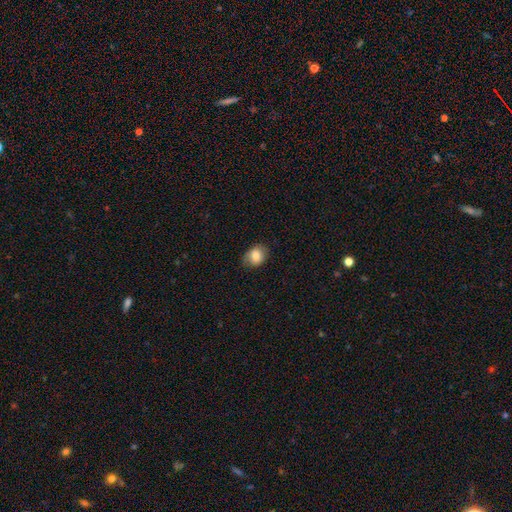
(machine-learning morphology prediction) Smooth or featured? smooth (81%)
How rounded? in between (55%)
Merging? none (75%)